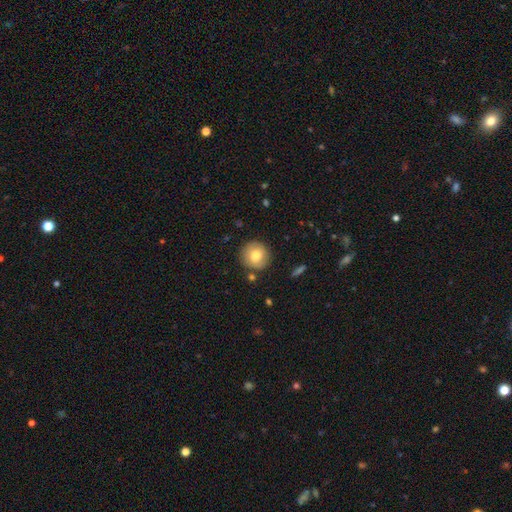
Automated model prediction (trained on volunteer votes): Smooth or featured? Predicted: smooth (p=0.79). How rounded? Predicted: round (p=0.93). Merging? Predicted: none (p=0.85).